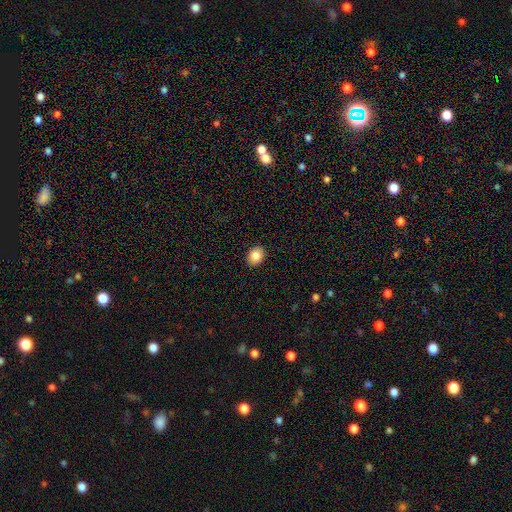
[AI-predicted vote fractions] smooth_or_featured: smooth (p=0.85) [alt: star or artifact p=0.09]
how_rounded: in between (p=0.57) [alt: round p=0.42]
merging: none (p=0.90) [alt: minor disturbance p=0.07]